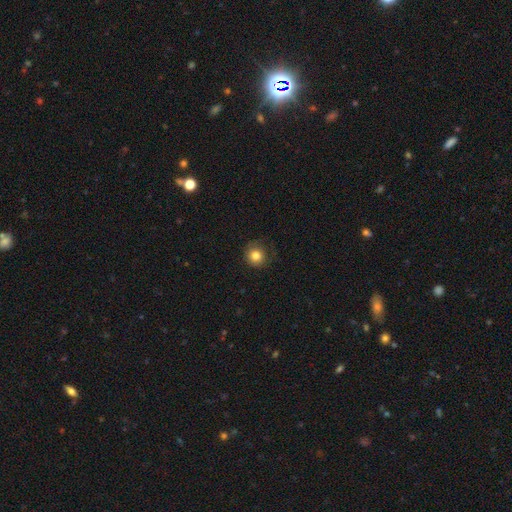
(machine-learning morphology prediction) The model was most divided on "merging": none: 76%, minor disturbance: 16%, major disturbance: 7%, merger: 1%. More confident: how rounded — round (92%); smooth or featured — smooth (81%).